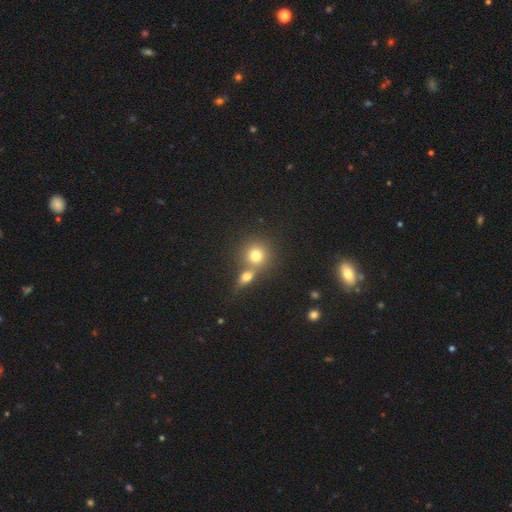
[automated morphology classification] smooth-or-featured: smooth: 76% | star or artifact: 13% | featured or disk: 11%
  how-rounded: round: 85% | in between: 14% | cigar-shaped: 1%
  merging: none: 47% | merger: 42% | minor disturbance: 7% | major disturbance: 3%